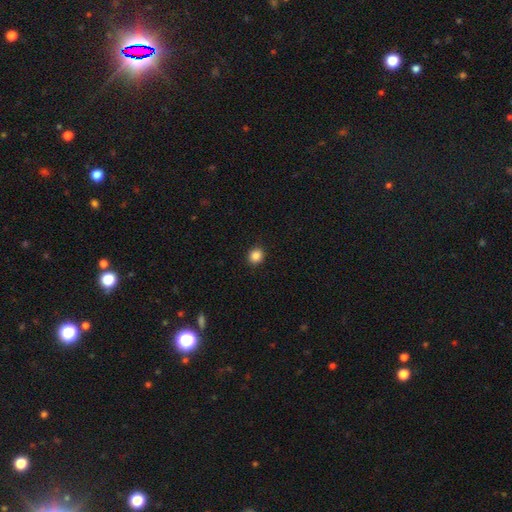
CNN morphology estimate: This is clearly a smooth galaxy (86%). How rounded: clearly round (81%). Merging: clearly none (91%).